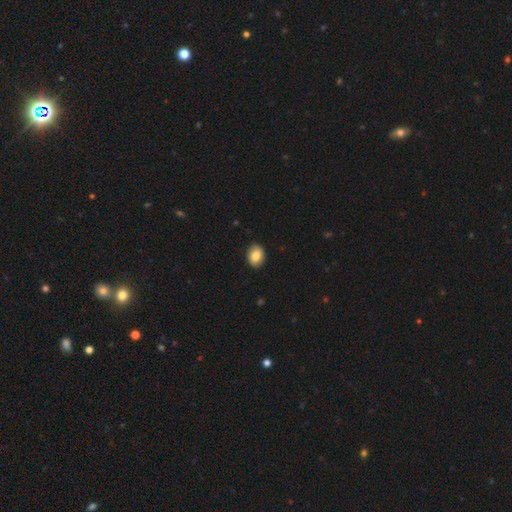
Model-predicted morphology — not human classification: Q: Smooth or featured?
A: smooth (83%); runner-up: featured or disk (10%)
Q: How rounded?
A: in between (70%); runner-up: round (29%)
Q: Merging?
A: none (90%); runner-up: minor disturbance (8%)